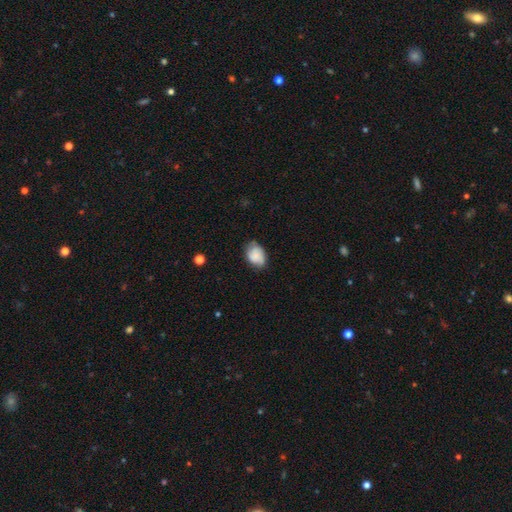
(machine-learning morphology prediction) Smooth or featured?
  - smooth: 77% *
  - featured or disk: 15%
  - star or artifact: 8%
How rounded?
  - in between: 78% *
  - round: 21%
  - cigar-shaped: 1%
Merging?
  - none: 62% *
  - minor disturbance: 30%
  - major disturbance: 6%
  - merger: 2%